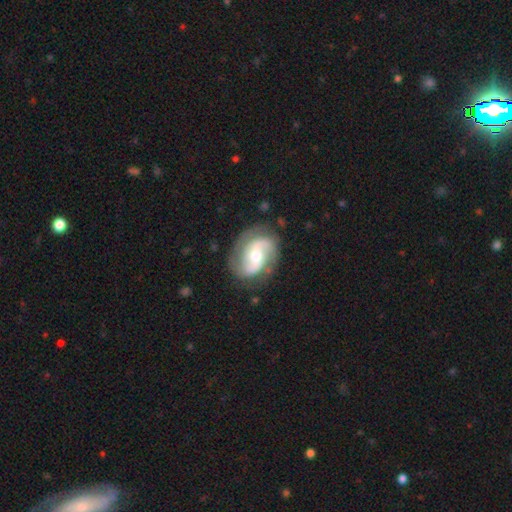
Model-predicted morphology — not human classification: This appears to be a featured or disk galaxy (84%) with a weak bar (41%), 2 (86%) medium (48%) spiral arms (95%) and a moderate central bulge (64%). Merging: none (76%).